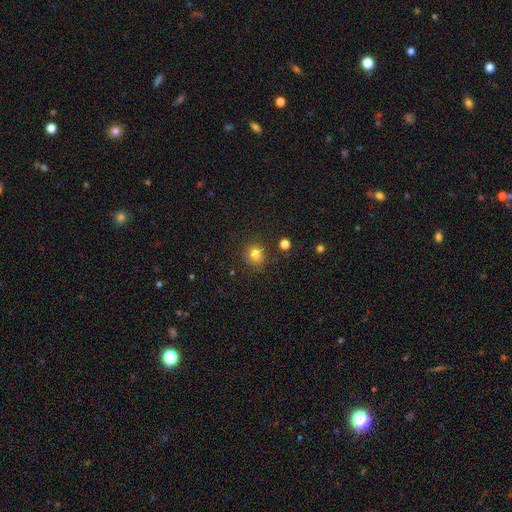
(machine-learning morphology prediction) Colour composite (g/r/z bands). It shows a smooth galaxy with no disk features (82%) that is round (78%). Merging: none (82%).